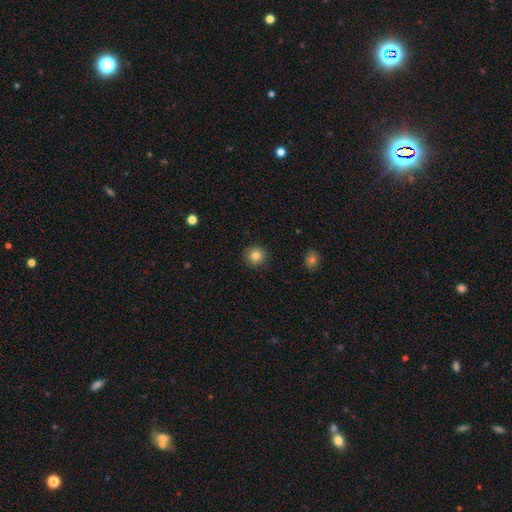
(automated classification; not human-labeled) smooth 83%, star or artifact 11%, featured or disk 6%. Down the decision tree: how rounded — round (93%); merging — none (91%).